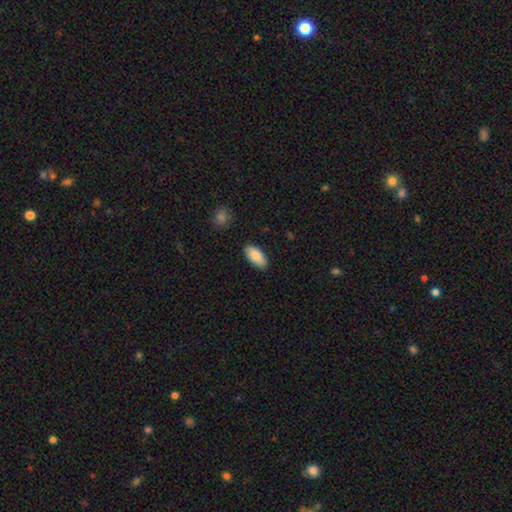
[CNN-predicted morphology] This appears to be a smooth galaxy with no disk features (86%) that is in between round and cigar-shaped (92%). Merging: none (87%).